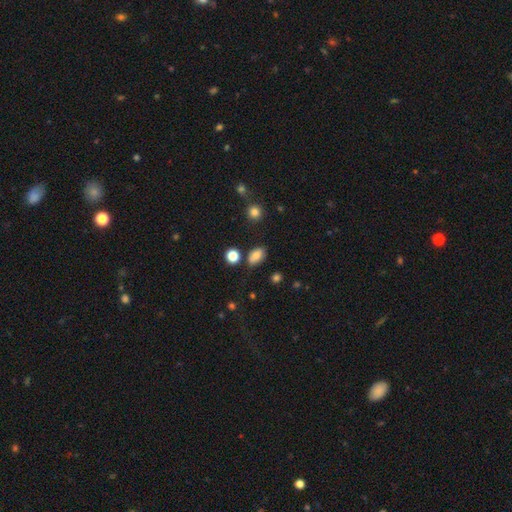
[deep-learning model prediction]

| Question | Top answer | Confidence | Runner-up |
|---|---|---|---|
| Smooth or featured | smooth | 77% | star or artifact (12%) |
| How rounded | in between | 85% | round (13%) |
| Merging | none | 77% | minor disturbance (15%) |